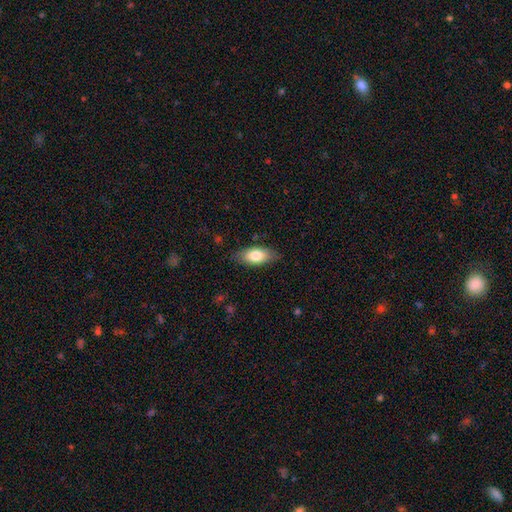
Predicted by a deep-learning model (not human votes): smooth_or_featured: smooth (p=0.78) [alt: featured or disk p=0.16]
how_rounded: in between (p=0.88) [alt: cigar-shaped p=0.09]
merging: none (p=0.80) [alt: minor disturbance p=0.16]